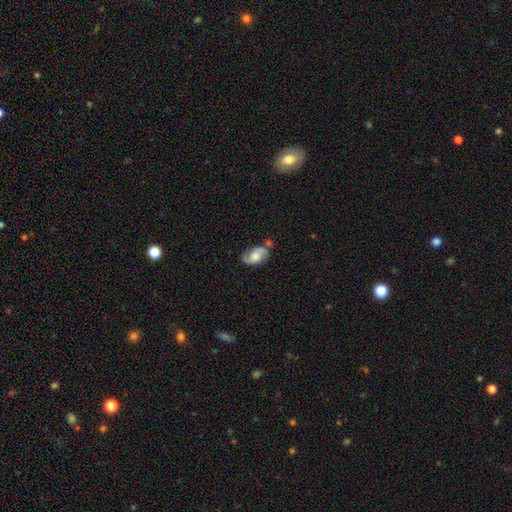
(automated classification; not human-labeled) smooth-or-featured: featured or disk: 66% | smooth: 27% | star or artifact: 7%
  disk-edge-on: no: 96% | yes: 4%
    bar: no: 61% | weak: 32% | strong: 7%
    has-spiral-arms: yes: 92% | no: 8%
      spiral-winding: medium: 46% | loose: 30% | tight: 23%
      spiral-arm-count: 2: 89% | can't tell: 5% | 1: 3% | 3: 1% | 4: 1% | more than 4: 1%
    bulge-size: moderate: 39% | large: 30% | small: 17% | none: 12% | dominant: 4%
  merging: none: 65% | minor disturbance: 20% | merger: 9% | major disturbance: 6%